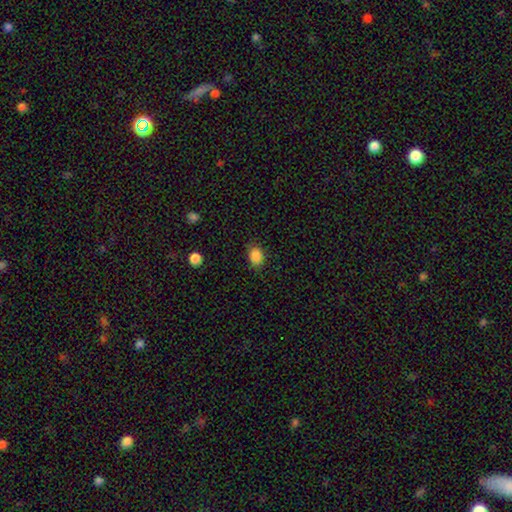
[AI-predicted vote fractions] This appears to be a smooth galaxy with no disk features (86%) that is in between round and cigar-shaped (64%). Merging: none (81%).